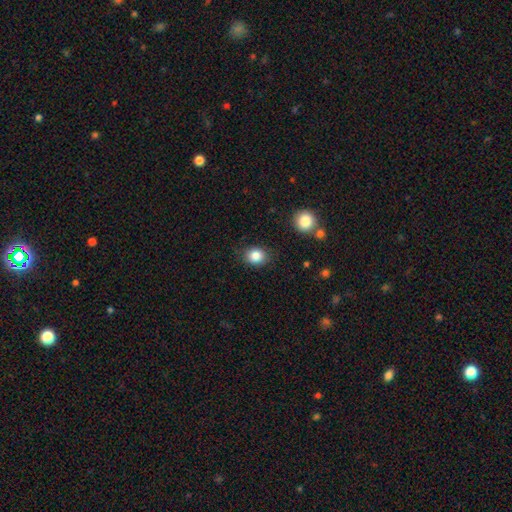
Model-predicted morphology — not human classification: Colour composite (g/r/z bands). It shows a smooth galaxy with no disk features (85%) that is round (63%). Merging: none (85%).